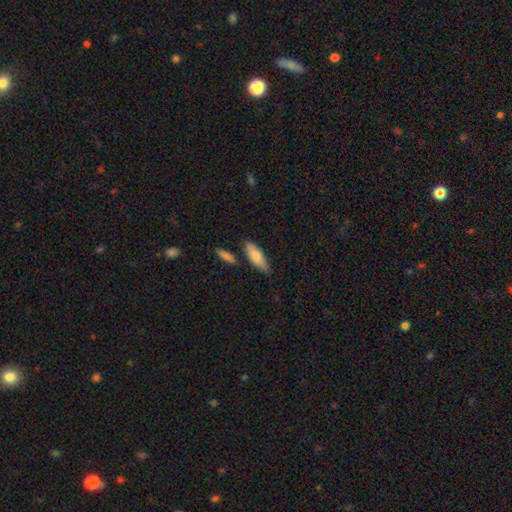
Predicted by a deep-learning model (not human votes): smooth 79%, featured or disk 15%, star or artifact 6%. Down the decision tree: how rounded — in between (59%); merging — none (74%).